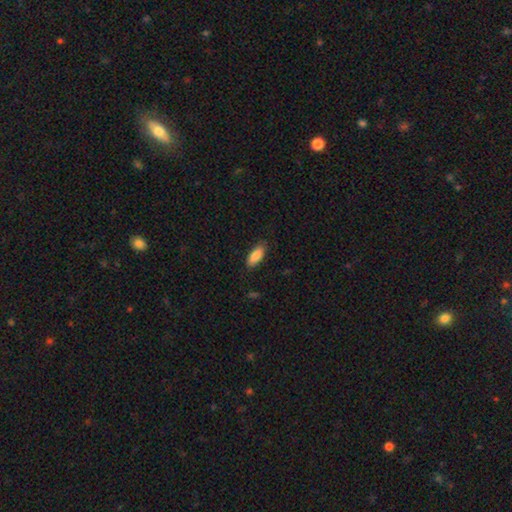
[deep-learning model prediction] Smooth or featured?
  - smooth: 87% *
  - featured or disk: 7%
  - star or artifact: 6%
How rounded?
  - in between: 82% *
  - cigar-shaped: 16%
  - round: 2%
Merging?
  - none: 82% *
  - minor disturbance: 14%
  - major disturbance: 3%
  - merger: 1%